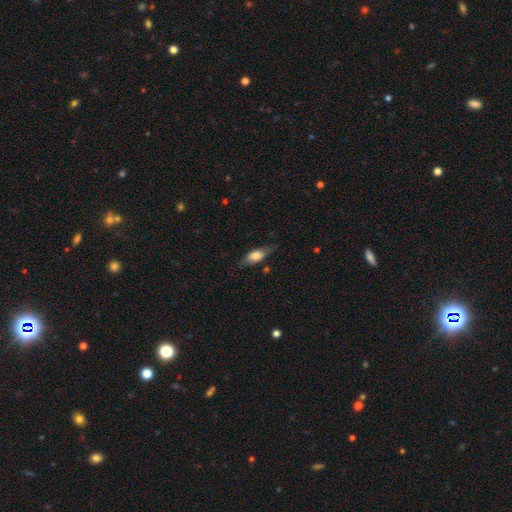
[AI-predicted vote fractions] This appears to be a smooth galaxy with no disk features (66%) that is in between round and cigar-shaped (77%). Merging: none (71%).